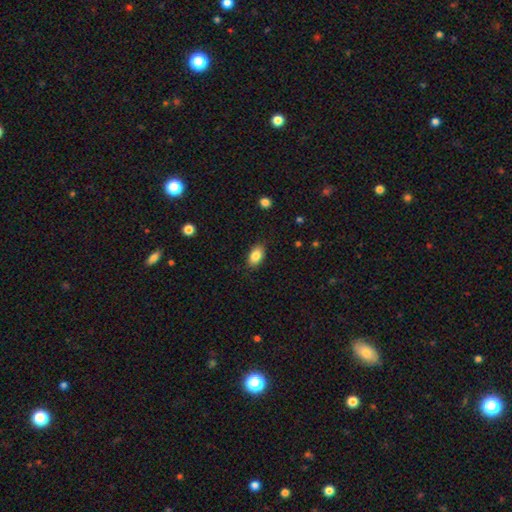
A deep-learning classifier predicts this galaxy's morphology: smooth_or_featured: smooth (p=0.85) [alt: star or artifact p=0.08]
how_rounded: in between (p=0.91) [alt: round p=0.07]
merging: none (p=0.86) [alt: minor disturbance p=0.11]